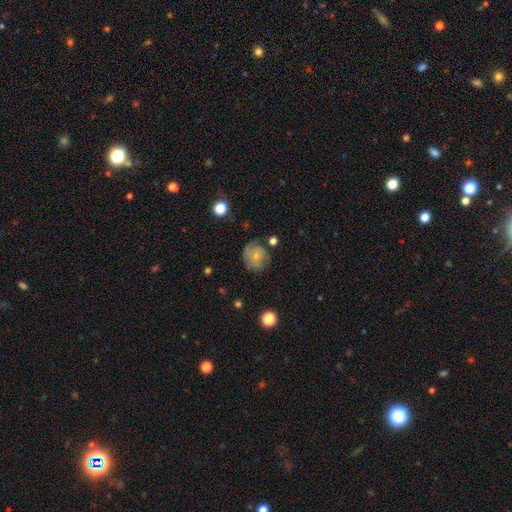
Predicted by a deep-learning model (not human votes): This appears to be a smooth galaxy with no disk features (47%). Merging: none (61%).